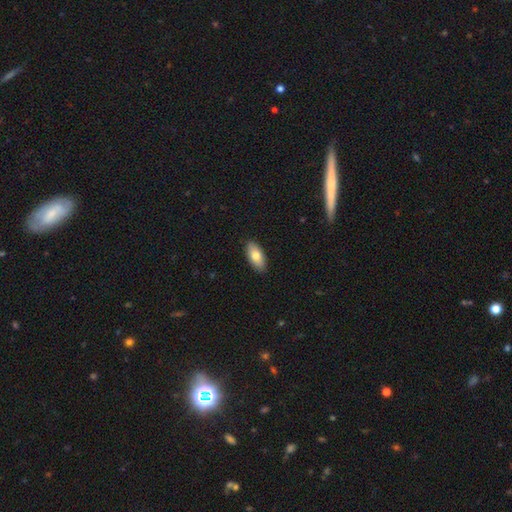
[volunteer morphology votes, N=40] Smooth or featured? 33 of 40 (82%) said smooth. How rounded? 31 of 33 (94%) said in between. Merging? 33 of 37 (89%) said none.